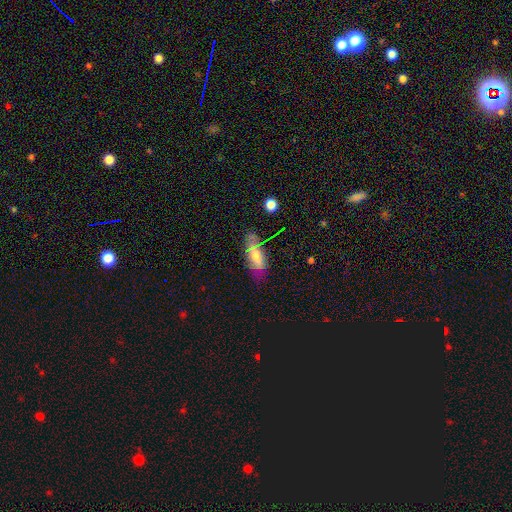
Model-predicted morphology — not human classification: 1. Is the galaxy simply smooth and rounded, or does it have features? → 58% smooth, 29% featured or disk, 13% star or artifact.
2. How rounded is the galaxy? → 75% in between, 21% cigar-shaped, 4% round.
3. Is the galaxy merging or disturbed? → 69% none, 20% minor disturbance, 6% major disturbance, 5% merger.